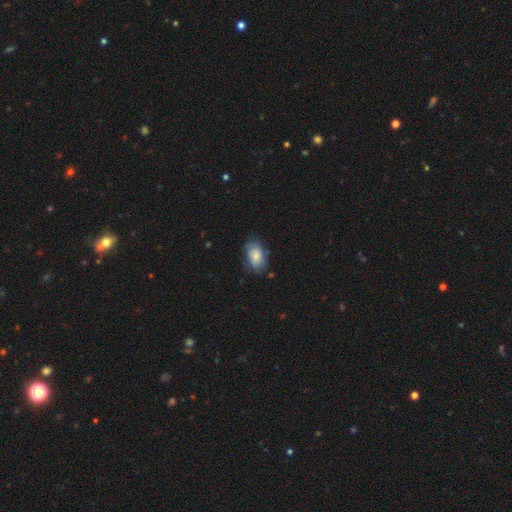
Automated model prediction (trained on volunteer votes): This is likely a smooth galaxy (69%). How rounded: clearly in between (90%). Merging: likely none (66%).